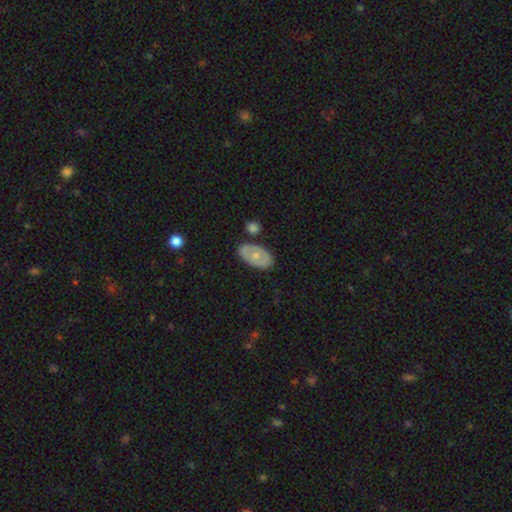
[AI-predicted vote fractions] smooth 50%, featured or disk 43%, star or artifact 7%. Down the decision tree: how rounded — in between (91%); merging — none (75%).